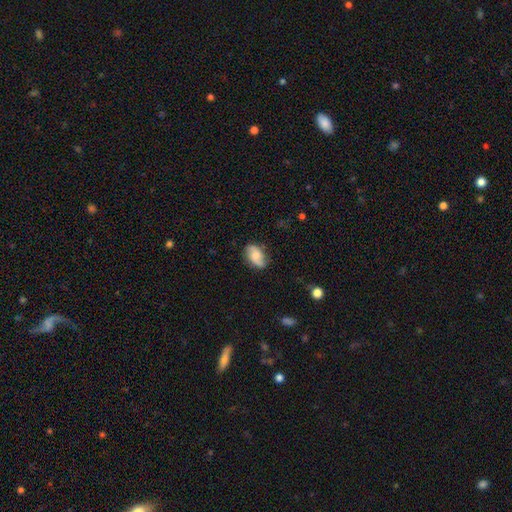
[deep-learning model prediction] smooth 48%, featured or disk 44%, star or artifact 8%. Down the decision tree: merging — none (74%).